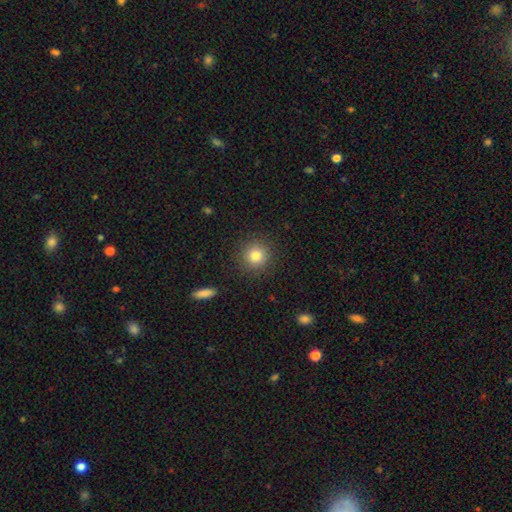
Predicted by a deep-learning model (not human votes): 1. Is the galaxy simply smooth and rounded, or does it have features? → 81% smooth, 11% star or artifact, 7% featured or disk.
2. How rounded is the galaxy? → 93% round, 6% in between, 1% cigar-shaped.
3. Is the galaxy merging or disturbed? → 89% none, 7% minor disturbance, 3% major disturbance, 1% merger.